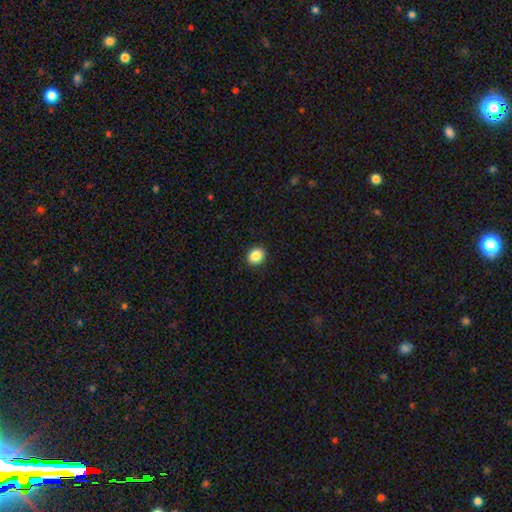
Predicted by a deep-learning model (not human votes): smooth 87%, star or artifact 9%, featured or disk 4%. Down the decision tree: how rounded — round (58%); merging — none (91%).